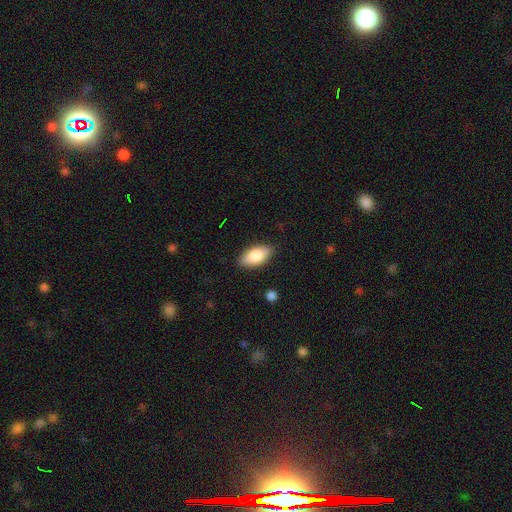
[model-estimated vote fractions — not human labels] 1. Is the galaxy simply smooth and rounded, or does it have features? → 82% smooth, 11% featured or disk, 6% star or artifact.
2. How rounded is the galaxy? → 91% in between, 6% cigar-shaped, 3% round.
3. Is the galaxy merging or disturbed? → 85% none, 11% minor disturbance, 2% major disturbance, 1% merger.